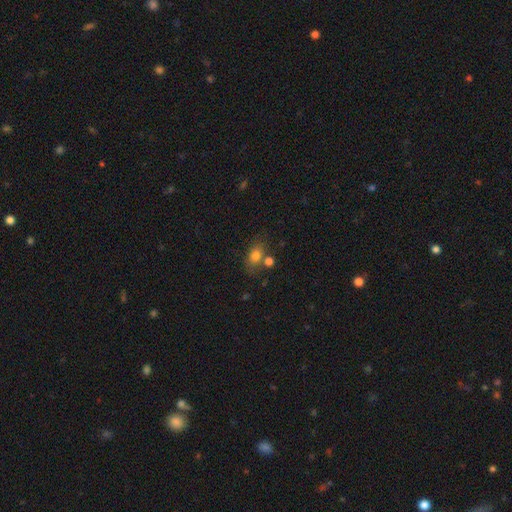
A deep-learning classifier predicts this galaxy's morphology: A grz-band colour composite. It shows a smooth galaxy with no disk features (77%) that is in between round and cigar-shaped (73%). Merging: none (58%).